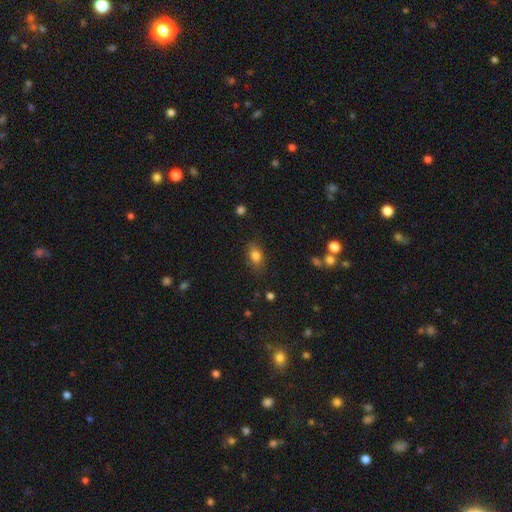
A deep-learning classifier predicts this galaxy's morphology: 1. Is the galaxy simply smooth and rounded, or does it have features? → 80% smooth, 10% star or artifact, 10% featured or disk.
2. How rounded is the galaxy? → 77% in between, 20% round, 3% cigar-shaped.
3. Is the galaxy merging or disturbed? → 81% none, 14% minor disturbance, 3% major disturbance, 2% merger.